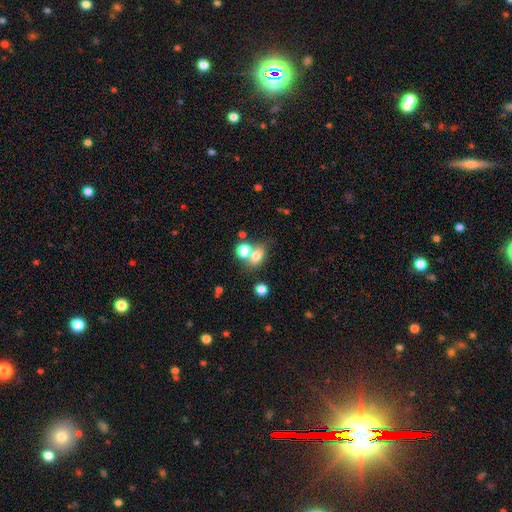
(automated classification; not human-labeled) smooth-or-featured: smooth: 73% | star or artifact: 14% | featured or disk: 13%
  how-rounded: in between: 61% | round: 37% | cigar-shaped: 2%
  merging: none: 49% | merger: 36% | minor disturbance: 10% | major disturbance: 5%